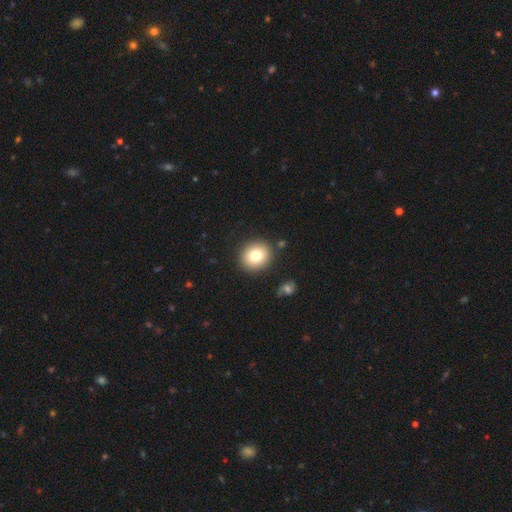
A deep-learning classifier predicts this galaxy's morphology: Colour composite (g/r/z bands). It shows a smooth galaxy with no disk features (77%) that is round (84%). Merging: none (88%).